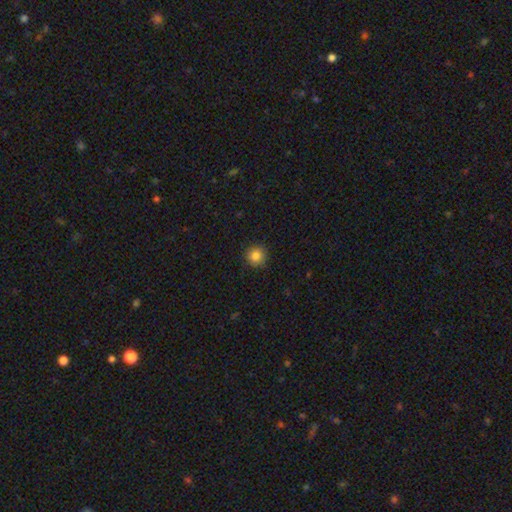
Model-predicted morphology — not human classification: Smooth or featured?
  - smooth: 84% *
  - star or artifact: 11%
  - featured or disk: 5%
How rounded?
  - round: 94% *
  - in between: 5%
  - cigar-shaped: 1%
Merging?
  - none: 91% *
  - minor disturbance: 6%
  - major disturbance: 2%
  - merger: 1%